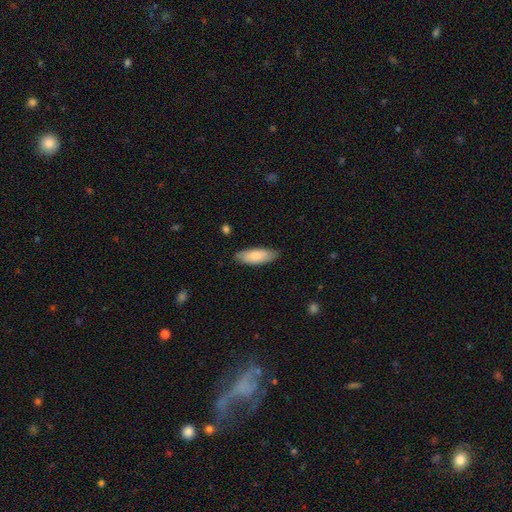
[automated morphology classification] This is likely a smooth galaxy (77%). How rounded: likely in between (72%). Merging: clearly none (84%).